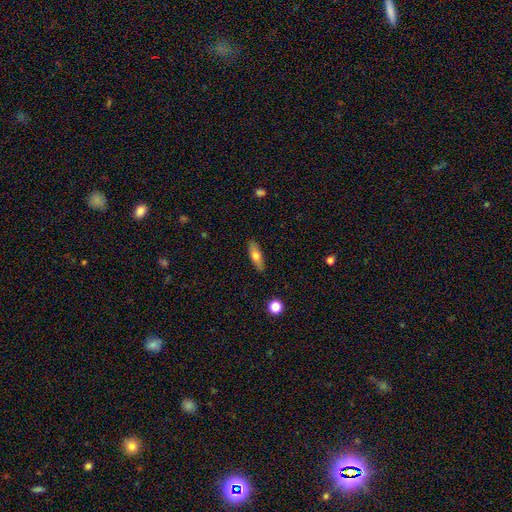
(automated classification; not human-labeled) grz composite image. It shows a smooth galaxy with no disk features (67%) that is in between round and cigar-shaped (53%). Merging: none (87%).